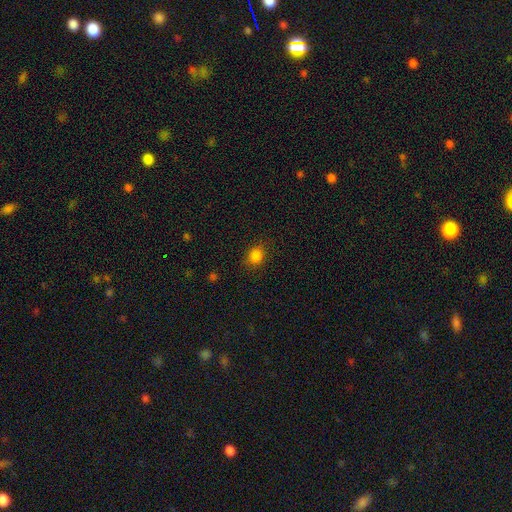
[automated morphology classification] smooth-or-featured: smooth: 83% | star or artifact: 12% | featured or disk: 4%
  how-rounded: round: 63% | in between: 35% | cigar-shaped: 1%
  merging: none: 84% | minor disturbance: 11% | major disturbance: 3% | merger: 1%